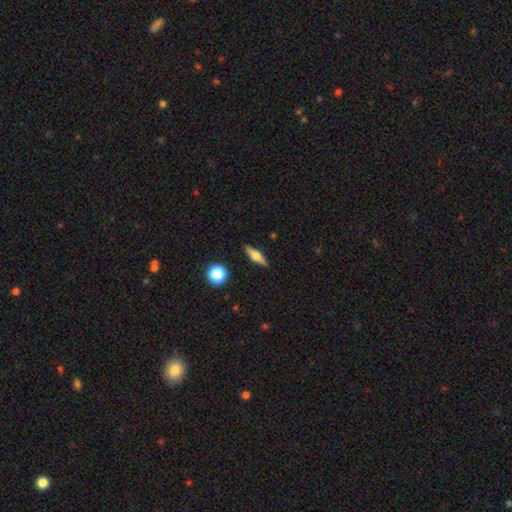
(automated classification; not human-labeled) Morphology: type=featured or disk (51%); edge-on=yes (94%); merging=none (89%).